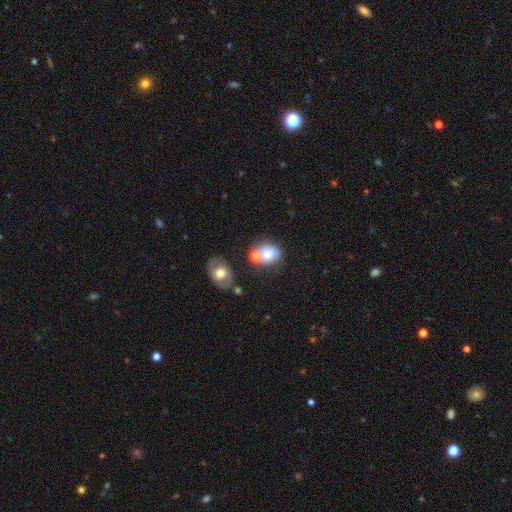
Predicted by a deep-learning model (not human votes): Smooth or featured: smooth — 72% (featured or disk — 18%)
How rounded: round — 52% (in between — 47%)
Merging: none — 44% (merger — 29%)